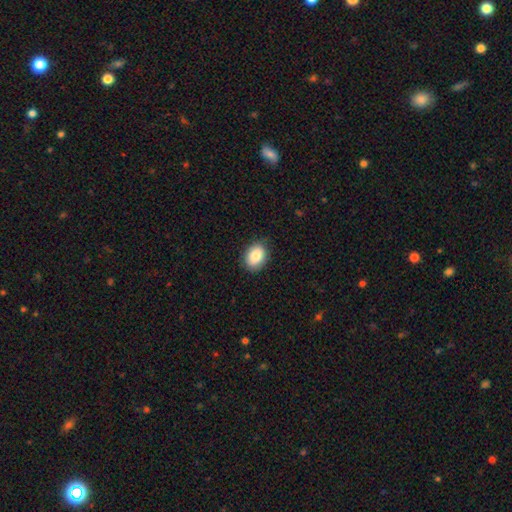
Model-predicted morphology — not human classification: Smooth or featured? Predicted: smooth (p=0.86). How rounded? Predicted: in between (p=0.71). Merging? Predicted: none (p=0.85).